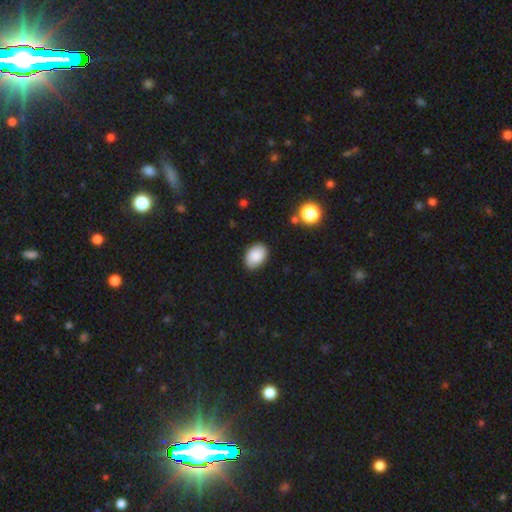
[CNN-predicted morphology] Smooth or featured?
  - smooth: 87% *
  - star or artifact: 7%
  - featured or disk: 6%
How rounded?
  - in between: 85% *
  - round: 14%
  - cigar-shaped: 1%
Merging?
  - none: 83% *
  - minor disturbance: 13%
  - major disturbance: 2%
  - merger: 1%